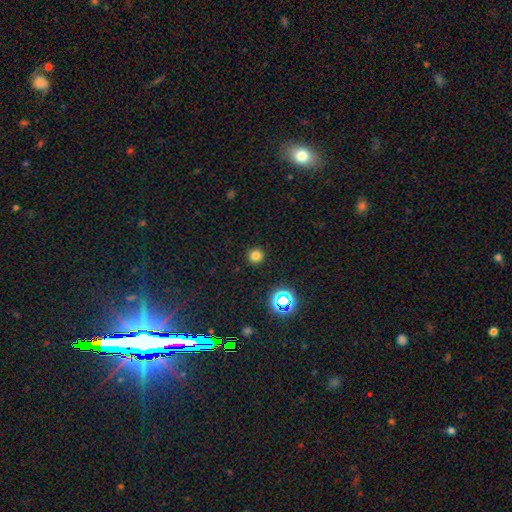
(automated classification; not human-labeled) Smooth or featured? smooth (76%)
How rounded? round (95%)
Merging? none (91%)